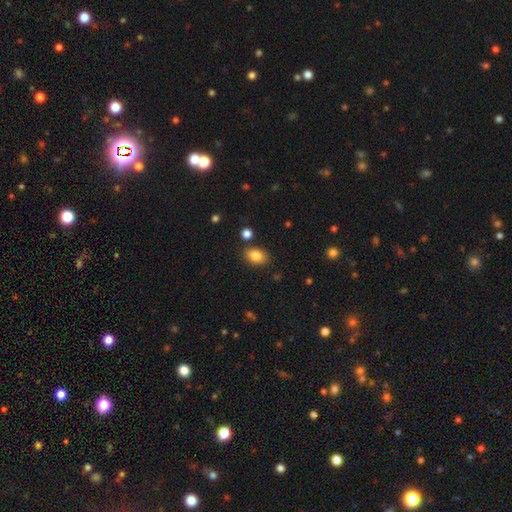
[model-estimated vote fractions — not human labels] smooth 84%, star or artifact 9%, featured or disk 7%. Down the decision tree: how rounded — in between (79%); merging — none (83%).